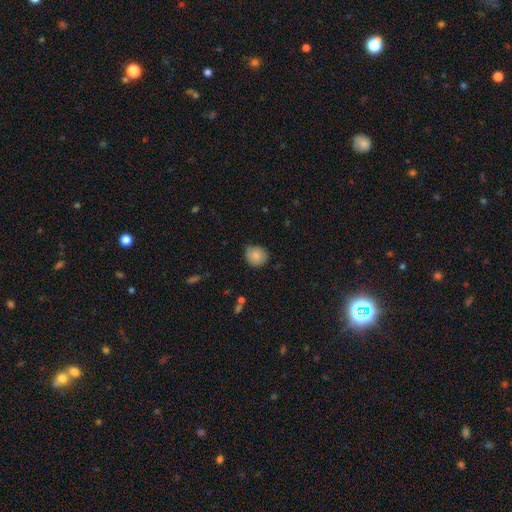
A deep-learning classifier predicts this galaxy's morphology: Q: Smooth or featured?
A: smooth (82%); runner-up: featured or disk (10%)
Q: How rounded?
A: round (82%); runner-up: in between (18%)
Q: Merging?
A: none (72%); runner-up: minor disturbance (23%)